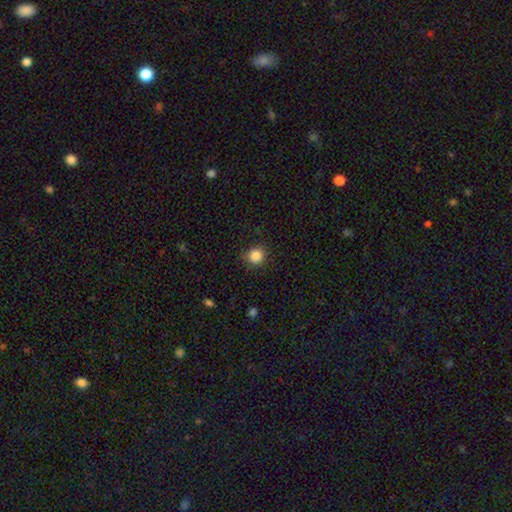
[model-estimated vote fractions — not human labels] A smooth galaxy with no disk features (86%) that is round (91%).

Vote fractions:
- Smooth or featured? smooth: 86% / star or artifact: 10% / featured or disk: 4%
- How rounded? round: 91% / in between: 8% / cigar-shaped: 1%
- Merging? none: 86% / minor disturbance: 10% / major disturbance: 3% / merger: 1%